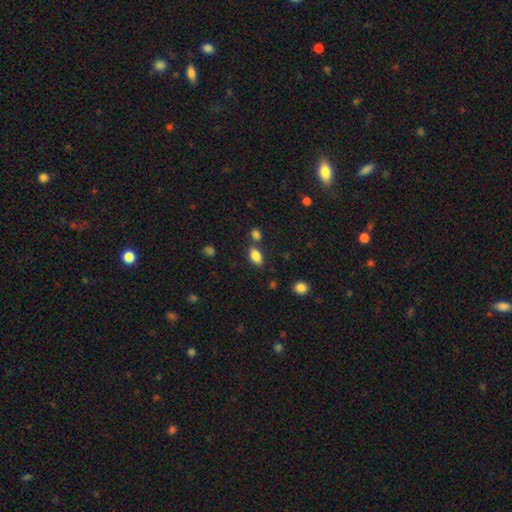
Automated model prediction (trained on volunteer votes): Morphology: type=smooth (84%); roundness=in between (89%); merging=none (72%).